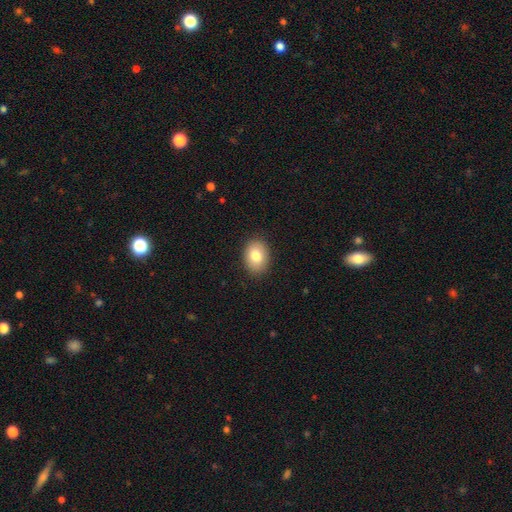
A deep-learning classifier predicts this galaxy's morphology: The model was most divided on "how rounded": in between: 72%, round: 27%, cigar-shaped: 1%. More confident: merging — none (88%); smooth or featured — smooth (81%).